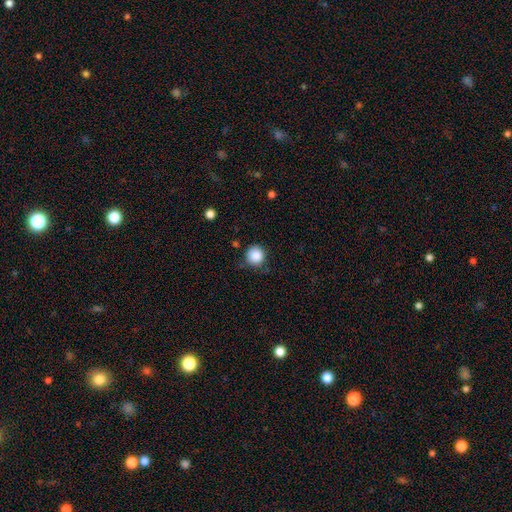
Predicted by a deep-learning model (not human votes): Q: Smooth or featured?
A: smooth (87%); runner-up: star or artifact (9%)
Q: How rounded?
A: round (93%); runner-up: in between (6%)
Q: Merging?
A: none (75%); runner-up: minor disturbance (19%)